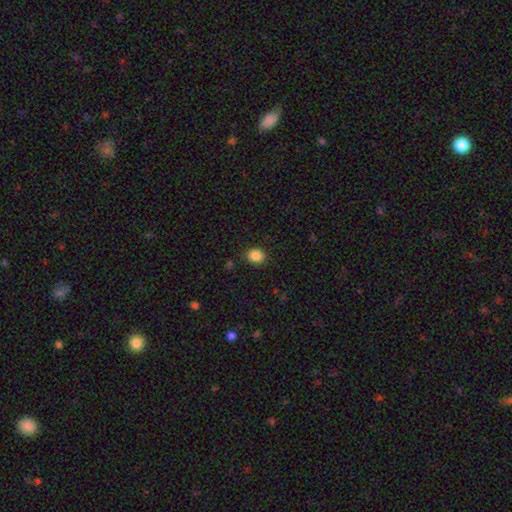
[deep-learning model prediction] Smooth or featured?
  - smooth: 86% *
  - star or artifact: 10%
  - featured or disk: 4%
How rounded?
  - round: 66% *
  - in between: 33%
  - cigar-shaped: 1%
Merging?
  - none: 87% *
  - minor disturbance: 9%
  - major disturbance: 3%
  - merger: 1%